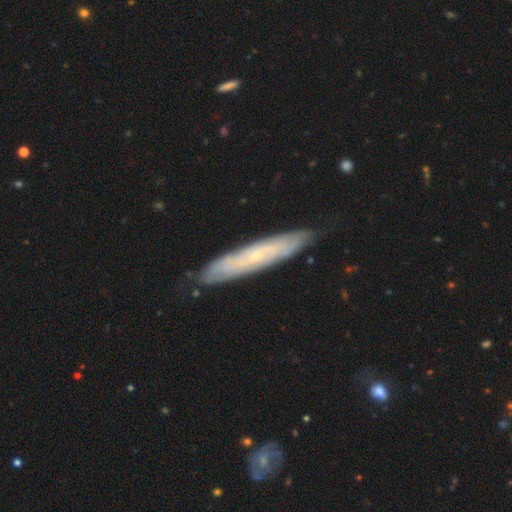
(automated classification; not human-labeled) Smooth or featured: featured or disk — 63% (smooth — 30%)
Edge-on disk: yes — 51% (no — 49%)
Merging: none — 84% (minor disturbance — 13%)